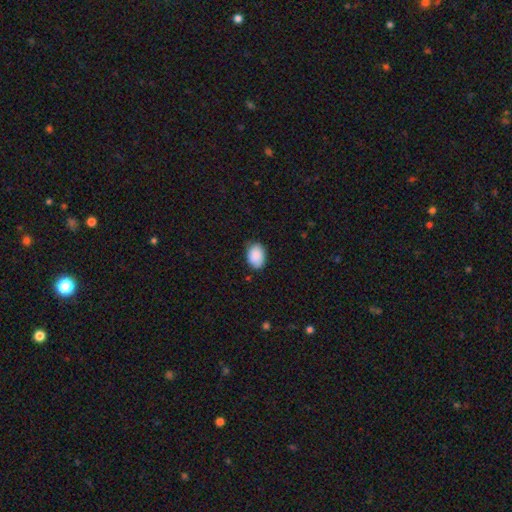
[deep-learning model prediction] smooth_or_featured: smooth (p=0.89) [alt: star or artifact p=0.06]
how_rounded: in between (p=0.80) [alt: round p=0.19]
merging: none (p=0.75) [alt: minor disturbance p=0.20]